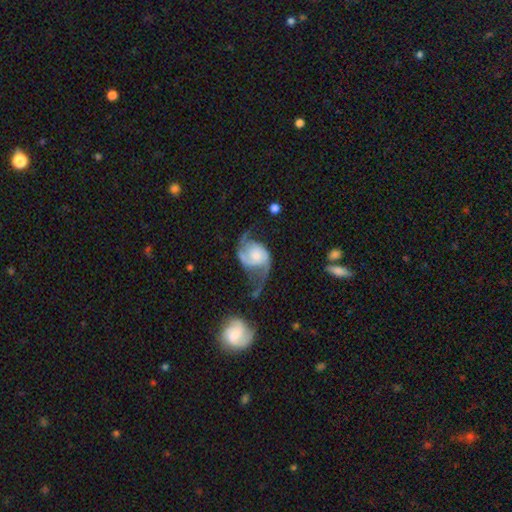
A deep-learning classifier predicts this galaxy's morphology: Smooth or featured?
  - featured or disk: 85% *
  - smooth: 9%
  - star or artifact: 5%
Edge-on disk?
  - no: 98% *
  - yes: 2%
Bar?
  - no: 67% *
  - weak: 27%
  - strong: 6%
Spiral arms?
  - yes: 96% *
  - no: 4%
Spiral winding?
  - loose: 47% *
  - medium: 40%
  - tight: 14%
Spiral arm count?
  - 2: 91% *
  - can't tell: 3%
  - 1: 3%
  - 3: 2%
  - 4: 1%
  - more than 4: 1%
Bulge size?
  - small: 38% *
  - moderate: 35%
  - large: 13%
  - none: 12%
  - dominant: 3%
Merging?
  - none: 45% *
  - major disturbance: 27%
  - minor disturbance: 22%
  - merger: 6%